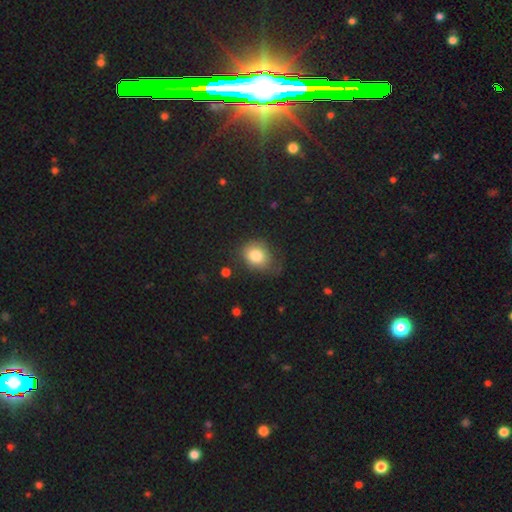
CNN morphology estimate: Smooth or featured? smooth (82%)
How rounded? round (56%)
Merging? none (59%)